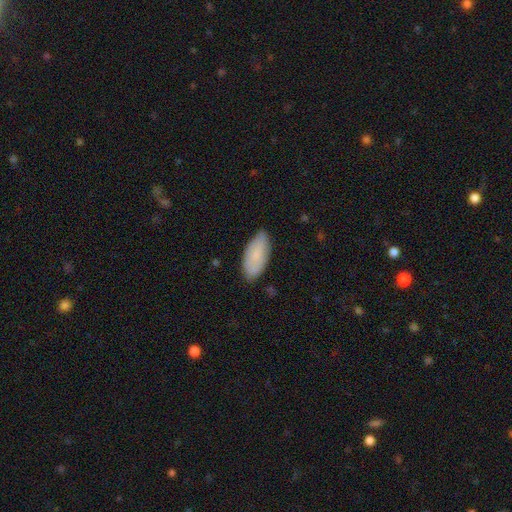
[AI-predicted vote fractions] Smooth or featured? Predicted: smooth (p=0.81). How rounded? Predicted: in between (p=0.90). Merging? Predicted: none (p=0.78).